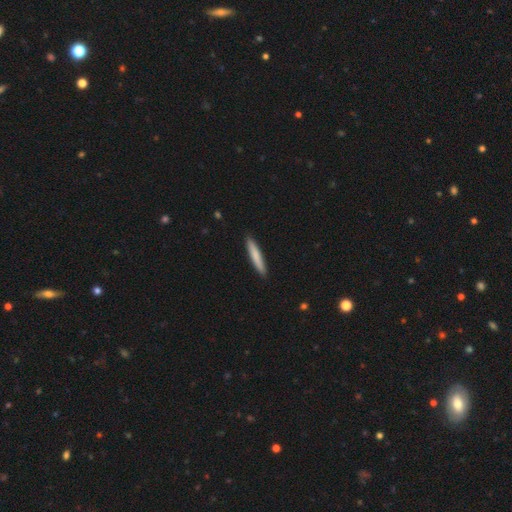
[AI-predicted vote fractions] Q: Smooth or featured?
A: smooth (78%); runner-up: featured or disk (17%)
Q: How rounded?
A: cigar-shaped (94%); runner-up: in between (5%)
Q: Merging?
A: none (91%); runner-up: minor disturbance (7%)